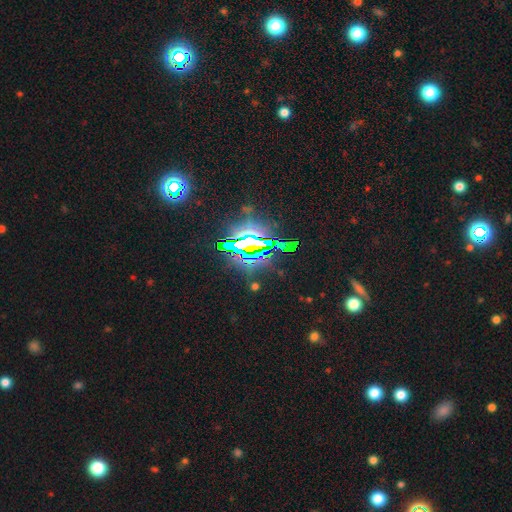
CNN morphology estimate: A star or artifact, not a galaxy (80%).

Vote fractions:
- Smooth or featured? star or artifact: 80% / smooth: 10% / featured or disk: 10%